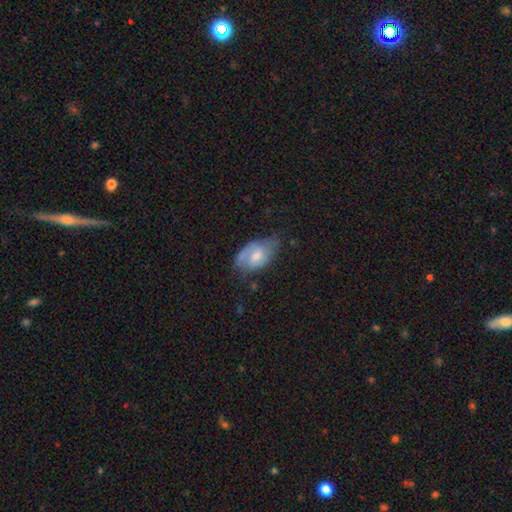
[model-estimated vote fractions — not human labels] Smooth or featured? Predicted: featured or disk (p=0.54). Edge-on disk? Predicted: no (p=0.95). Bar? Predicted: weak (p=0.47). Spiral arms? Predicted: yes (p=0.77). Bulge size? Predicted: moderate (p=0.53). Merging? Predicted: none (p=0.47).